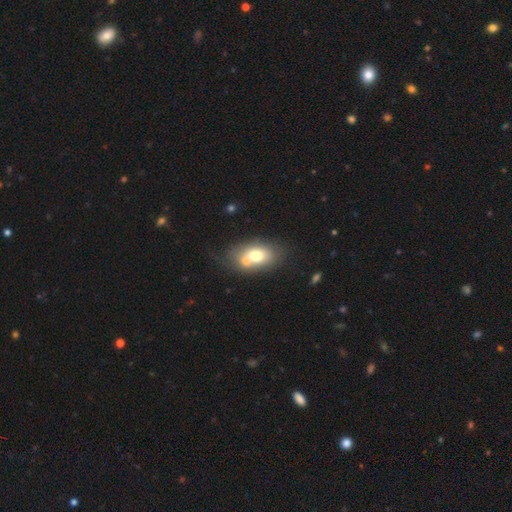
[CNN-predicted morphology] type=smooth (68%); roundness=in between (84%); merging=none (44%).